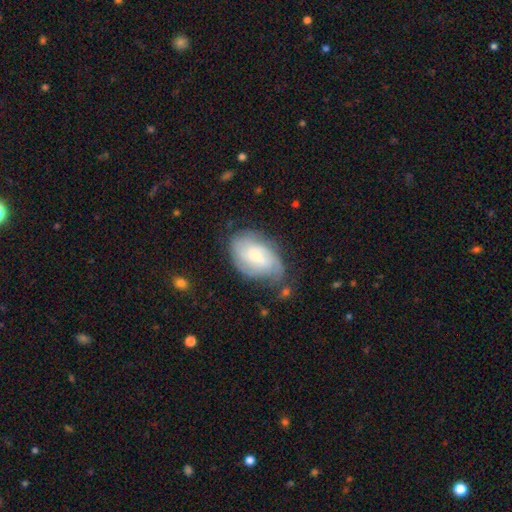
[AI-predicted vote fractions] Smooth or featured: featured or disk — 65% (smooth — 28%)
Edge-on disk: no — 96% (yes — 4%)
Bar: weak — 45% (tied with no — 45%)
Spiral arms: yes — 88% (no — 12%)
Spiral winding: tight — 53% (medium — 34%)
Spiral arm count: can't tell — 43% (2 — 26%)
Bulge size: small — 53% (moderate — 39%)
Merging: none — 61% (minor disturbance — 26%)